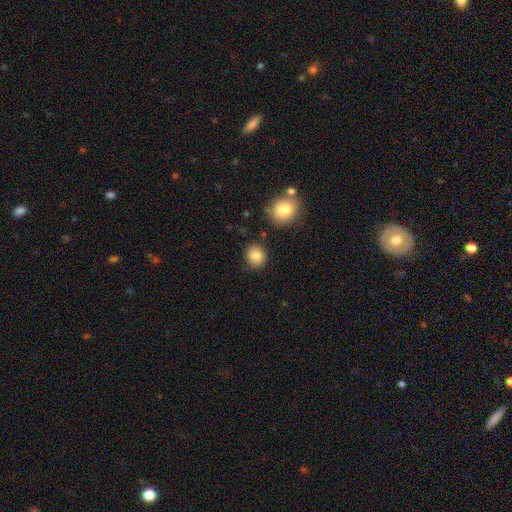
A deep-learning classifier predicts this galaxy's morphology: smooth 85%, star or artifact 10%, featured or disk 6%. Down the decision tree: how rounded — round (85%); merging — none (84%).